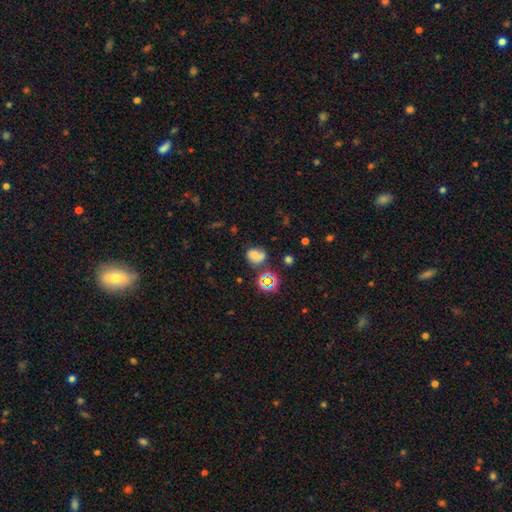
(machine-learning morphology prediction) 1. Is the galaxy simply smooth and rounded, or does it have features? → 61% smooth, 23% star or artifact, 17% featured or disk.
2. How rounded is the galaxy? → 51% round, 47% in between, 1% cigar-shaped.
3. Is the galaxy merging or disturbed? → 48% none, 24% minor disturbance, 14% merger, 14% major disturbance.